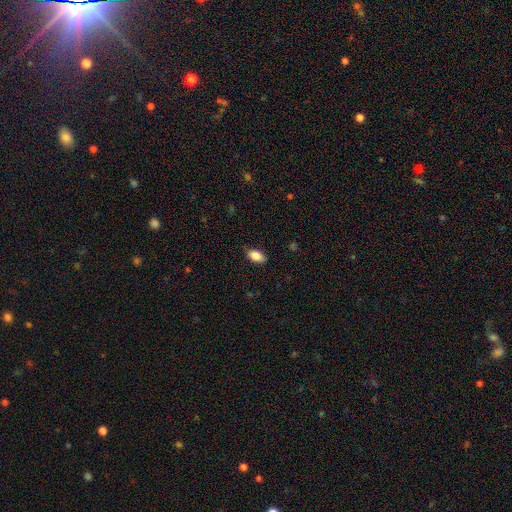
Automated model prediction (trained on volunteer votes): smooth_or_featured: smooth (p=0.86) [alt: star or artifact p=0.08]
how_rounded: in between (p=0.91) [alt: round p=0.06]
merging: none (p=0.85) [alt: minor disturbance p=0.12]